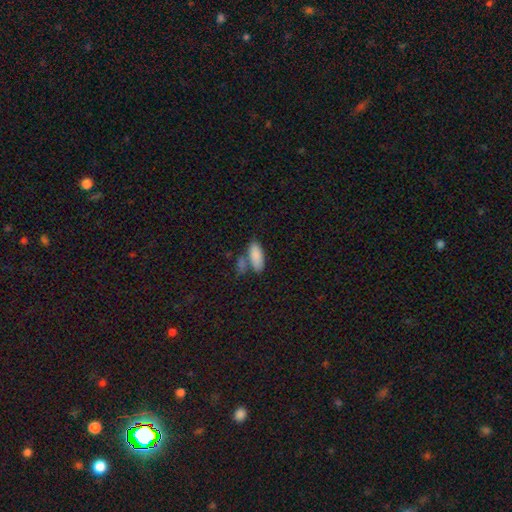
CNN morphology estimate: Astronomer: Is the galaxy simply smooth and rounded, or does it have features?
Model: smooth — 86%.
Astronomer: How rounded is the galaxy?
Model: in between — 80%.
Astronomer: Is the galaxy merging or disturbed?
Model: none — 53% (runner-up: merger, 28%).